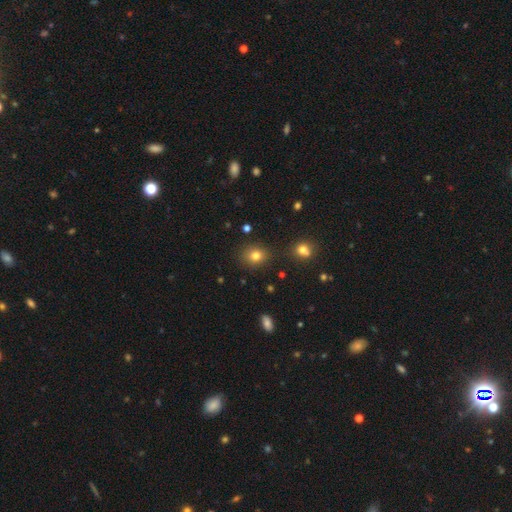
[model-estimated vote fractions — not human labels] Smooth or featured?
  - smooth: 78% *
  - star or artifact: 14%
  - featured or disk: 7%
How rounded?
  - round: 68% *
  - in between: 31%
  - cigar-shaped: 1%
Merging?
  - none: 82% *
  - minor disturbance: 11%
  - merger: 4%
  - major disturbance: 3%